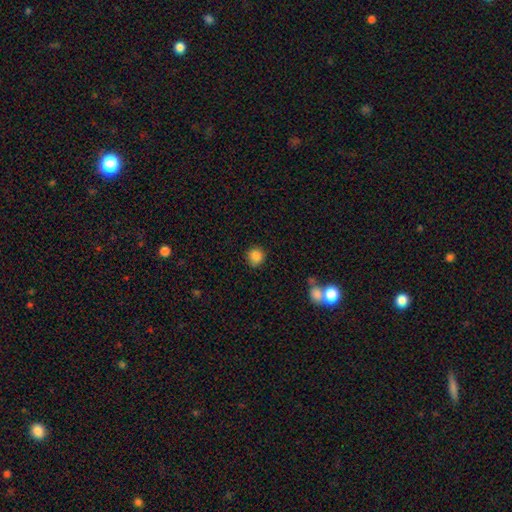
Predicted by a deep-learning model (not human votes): Morphology: type=smooth (86%); roundness=round (90%); merging=none (86%).